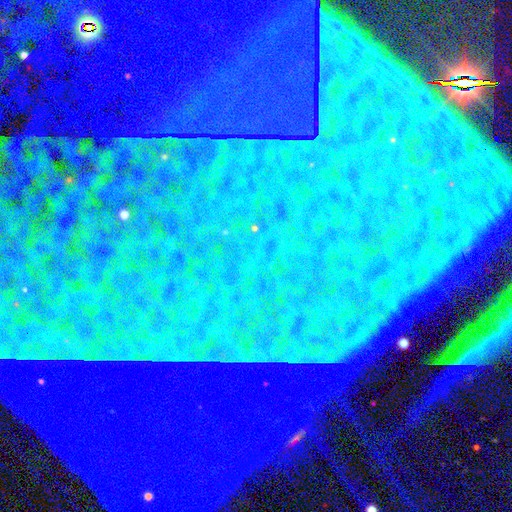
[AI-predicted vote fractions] star or artifact 86%, featured or disk 7%, smooth 7%.